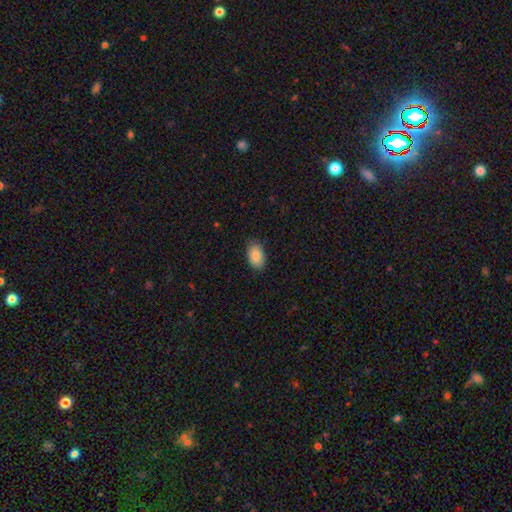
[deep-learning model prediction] Smooth or featured? smooth (87%)
How rounded? in between (92%)
Merging? none (85%)